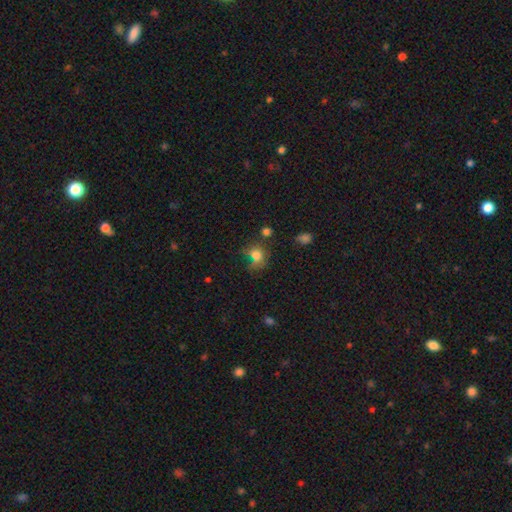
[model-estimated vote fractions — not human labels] Smooth or featured? Predicted: smooth (p=0.72). How rounded? Predicted: round (p=0.62). Merging? Predicted: none (p=0.47).